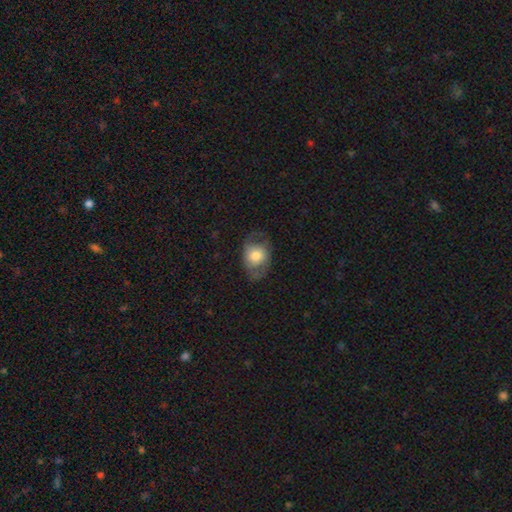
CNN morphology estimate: A smooth galaxy with no disk features (59%) that is in between round and cigar-shaped (65%). Merging: none (59%).